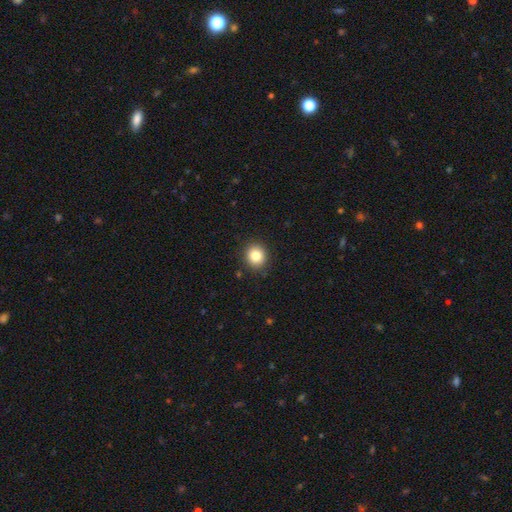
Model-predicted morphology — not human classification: A smooth galaxy with no disk features (83%) that is round (86%). Merging: none (90%).